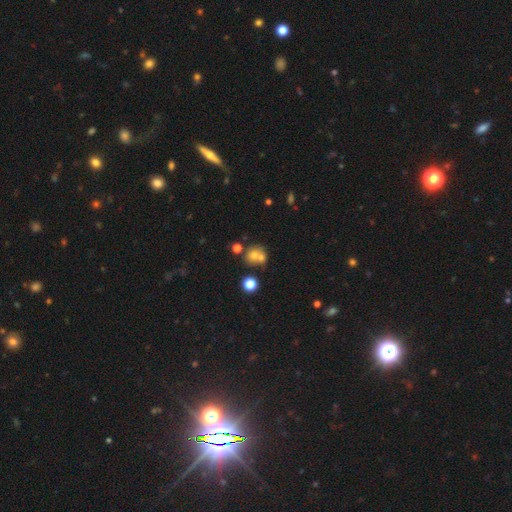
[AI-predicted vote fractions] Morphology: type=smooth (68%); roundness=round (77%); merging=merger (47%).